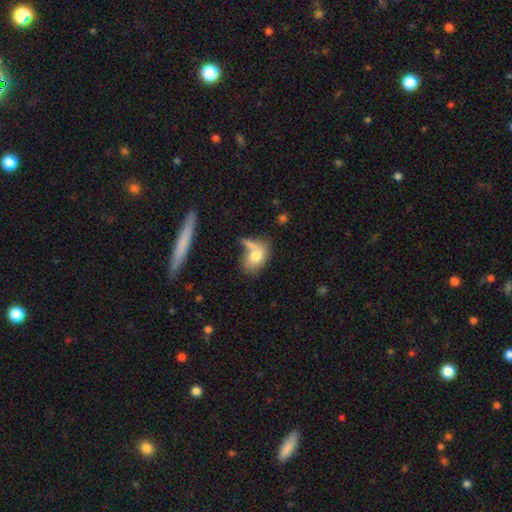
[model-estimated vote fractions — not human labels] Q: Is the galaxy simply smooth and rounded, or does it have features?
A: smooth — 74%.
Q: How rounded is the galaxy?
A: in between — 76%.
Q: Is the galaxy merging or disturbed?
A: none — 42%.